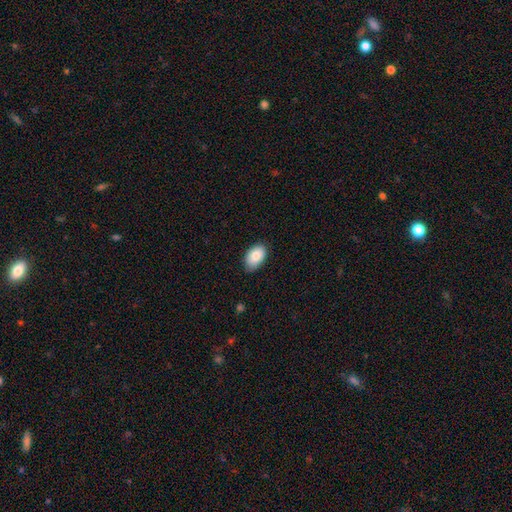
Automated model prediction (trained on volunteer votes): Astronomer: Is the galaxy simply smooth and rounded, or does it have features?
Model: smooth — 82%.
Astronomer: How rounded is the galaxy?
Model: in between — 91%.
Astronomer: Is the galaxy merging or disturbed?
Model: none — 80%.